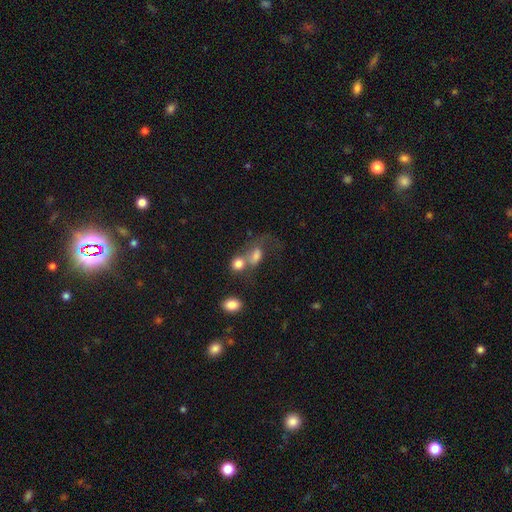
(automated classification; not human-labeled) A smooth galaxy with no disk features (69%) that is in between round and cigar-shaped (60%).

Vote fractions:
- Smooth or featured? smooth: 69% / featured or disk: 18% / star or artifact: 13%
- How rounded? in between: 60% / round: 37% / cigar-shaped: 3%
- Merging? merger: 56% / none: 19% / major disturbance: 16% / minor disturbance: 9%